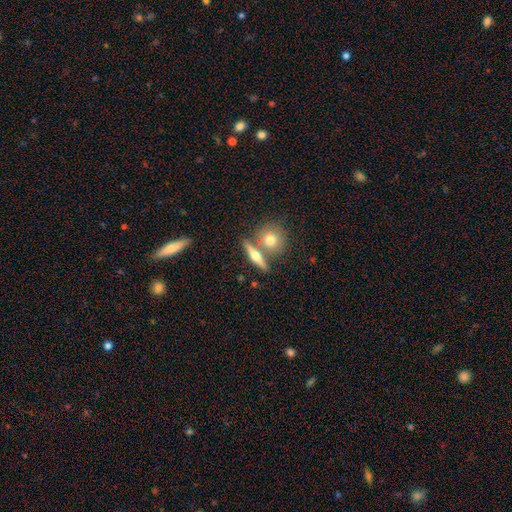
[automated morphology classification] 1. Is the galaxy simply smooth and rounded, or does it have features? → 56% featured or disk, 36% smooth, 8% star or artifact.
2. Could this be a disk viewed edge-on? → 92% yes, 8% no.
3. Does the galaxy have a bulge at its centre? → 94% rounded, 3% none, 3% boxy.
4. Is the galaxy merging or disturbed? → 69% none, 20% merger, 8% minor disturbance, 3% major disturbance.